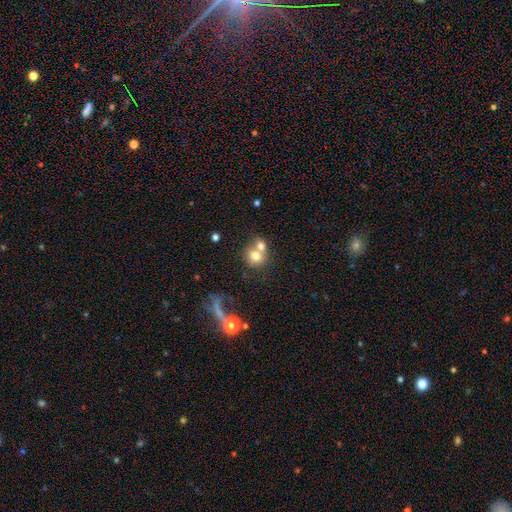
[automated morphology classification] A smooth galaxy with no disk features (71%) that is round (77%).

Vote fractions:
- Smooth or featured? smooth: 71% / featured or disk: 18% / star or artifact: 11%
- How rounded? round: 77% / in between: 22% / cigar-shaped: 1%
- Merging? merger: 56% / none: 33% / minor disturbance: 7% / major disturbance: 4%